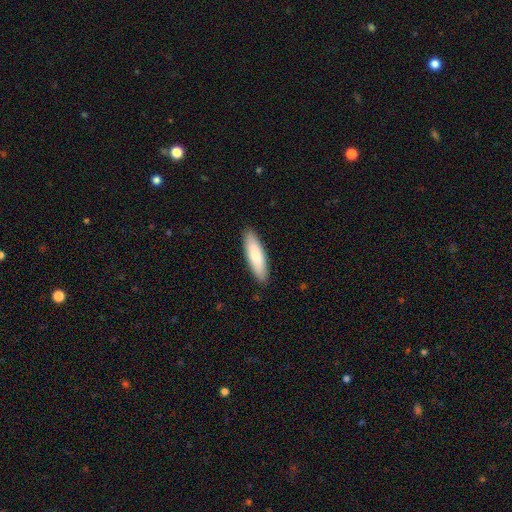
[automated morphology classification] type=smooth (82%); roundness=cigar-shaped (63%); merging=none (89%).